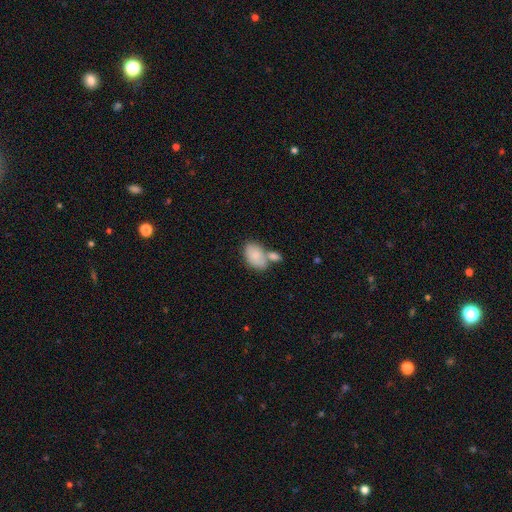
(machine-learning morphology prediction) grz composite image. It shows a smooth galaxy with no disk features (80%) that is in between round and cigar-shaped (90%). Merging: merger (44%).